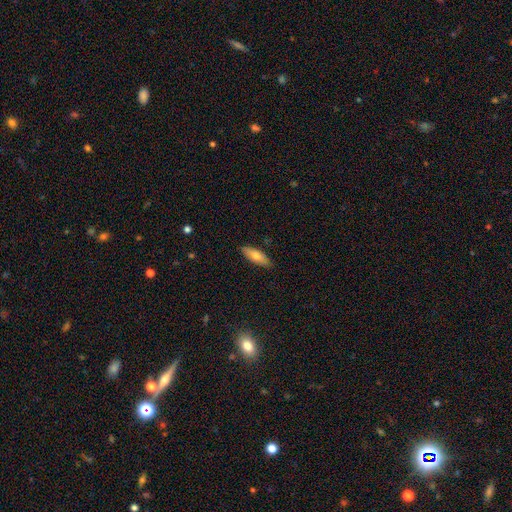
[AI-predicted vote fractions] A smooth galaxy with no disk features (73%) that is in between round and cigar-shaped (59%). Merging: none (87%).